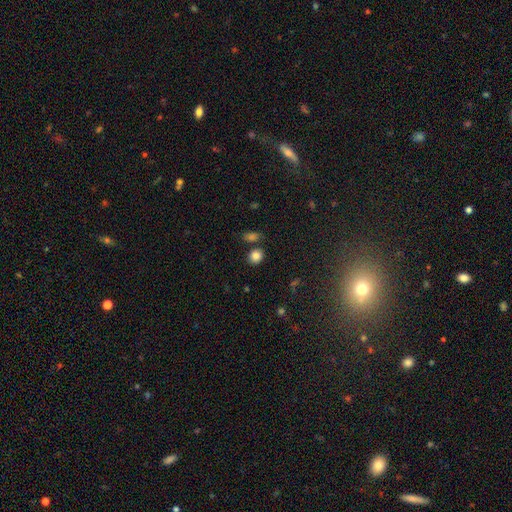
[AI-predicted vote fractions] Smooth or featured: smooth — 84% (star or artifact — 10%)
How rounded: round — 68% (in between — 31%)
Merging: none — 76% (merger — 11%)